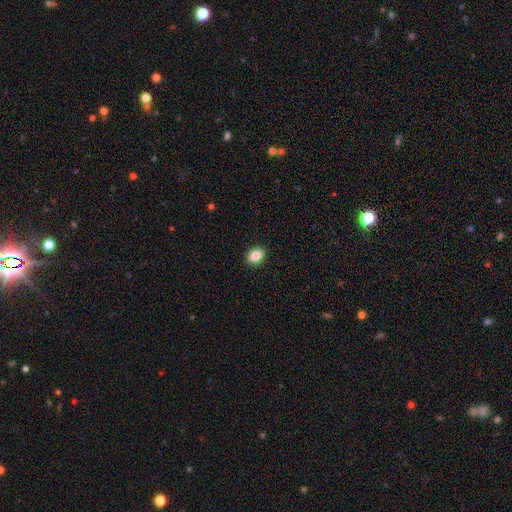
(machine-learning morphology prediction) Smooth or featured: smooth — 86% (star or artifact — 9%)
How rounded: in between — 71% (round — 28%)
Merging: none — 90% (minor disturbance — 7%)